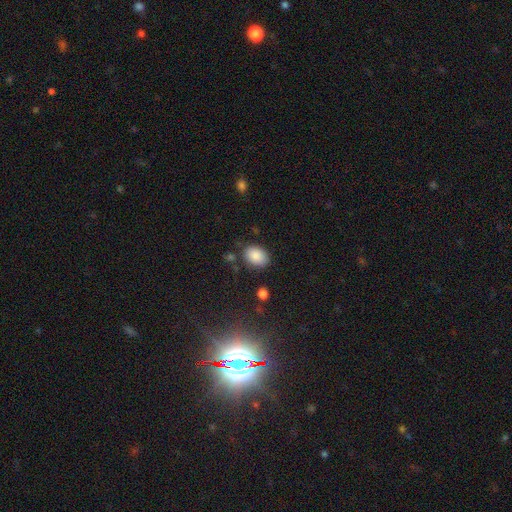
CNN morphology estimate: The model was most divided on "how rounded": in between: 77%, round: 22%, cigar-shaped: 1%. More confident: smooth or featured — smooth (87%); merging — none (79%).